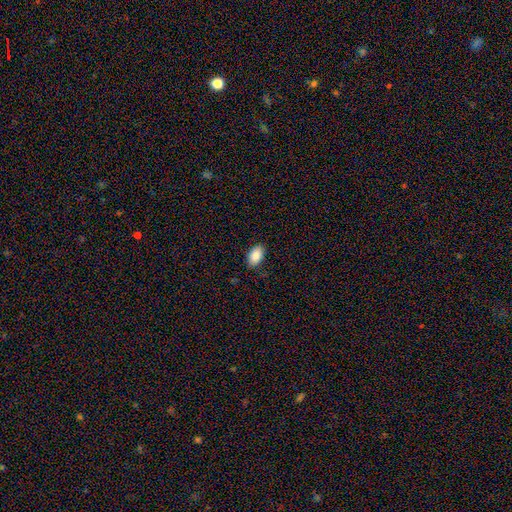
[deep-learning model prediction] Morphology: type=smooth (88%); roundness=in between (93%); merging=none (85%).